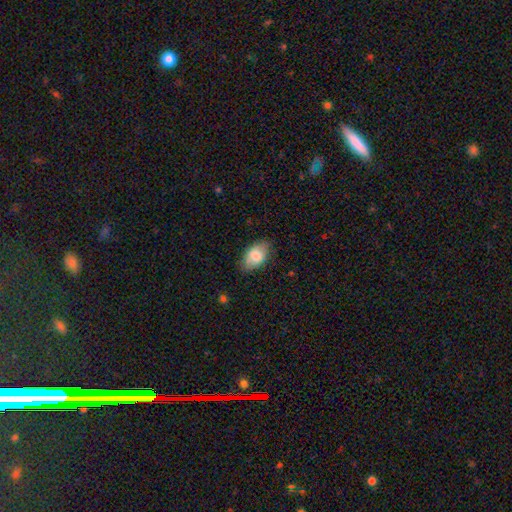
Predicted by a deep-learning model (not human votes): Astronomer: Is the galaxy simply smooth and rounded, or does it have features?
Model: smooth — 78%.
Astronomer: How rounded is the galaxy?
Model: in between — 91%.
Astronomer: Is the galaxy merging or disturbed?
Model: none — 78%.